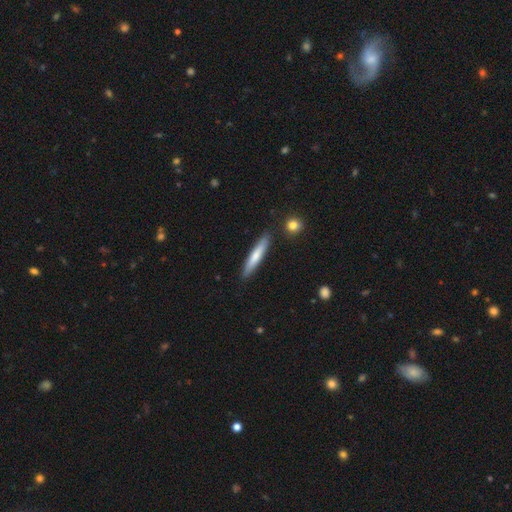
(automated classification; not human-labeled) Smooth or featured: smooth — 69% (featured or disk — 26%)
How rounded: cigar-shaped — 91% (in between — 8%)
Merging: none — 87% (minor disturbance — 9%)